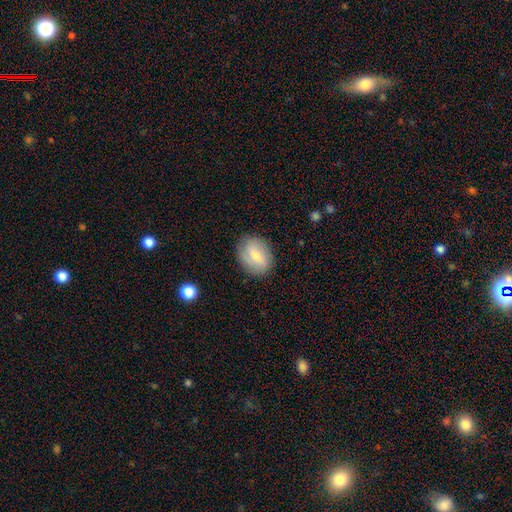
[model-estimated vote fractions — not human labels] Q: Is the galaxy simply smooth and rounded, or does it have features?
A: smooth — 63%.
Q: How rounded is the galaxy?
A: in between — 63%.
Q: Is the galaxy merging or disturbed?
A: none — 83%.